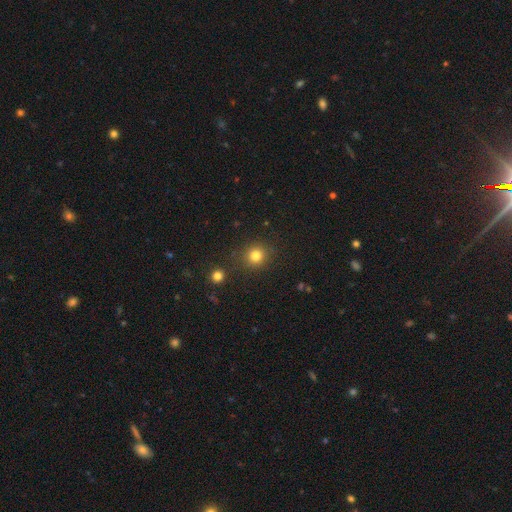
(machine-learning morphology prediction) Q: Smooth or featured?
A: smooth (82%); runner-up: star or artifact (13%)
Q: How rounded?
A: round (88%); runner-up: in between (11%)
Q: Merging?
A: none (86%); runner-up: minor disturbance (8%)